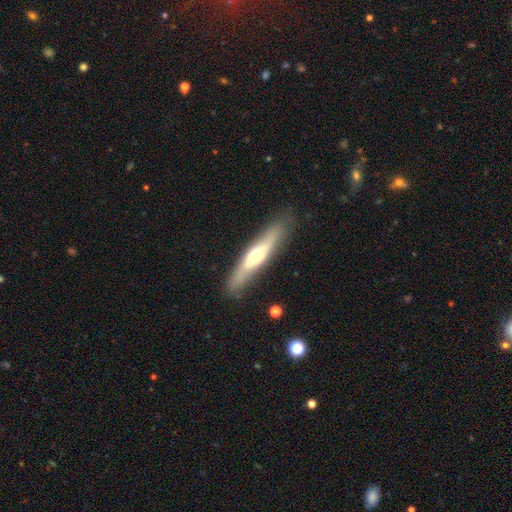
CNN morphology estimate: smooth-or-featured: featured or disk: 52% | smooth: 43% | star or artifact: 5%
  disk-edge-on: yes: 75% | no: 25%
  merging: none: 83% | minor disturbance: 12% | major disturbance: 3% | merger: 2%